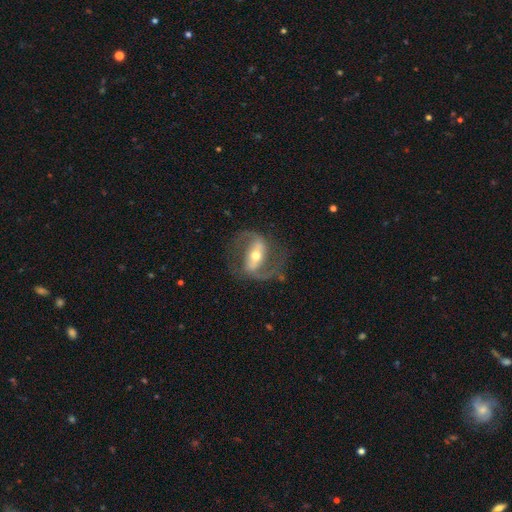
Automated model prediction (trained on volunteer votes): Smooth or featured? featured or disk (86%)
Edge-on disk? no (94%)
Bar? strong (60%)
Spiral arms? yes (91%)
Spiral winding? medium (54%)
Spiral arm count? 2 (91%)
Bulge size? moderate (61%)
Merging? none (71%)